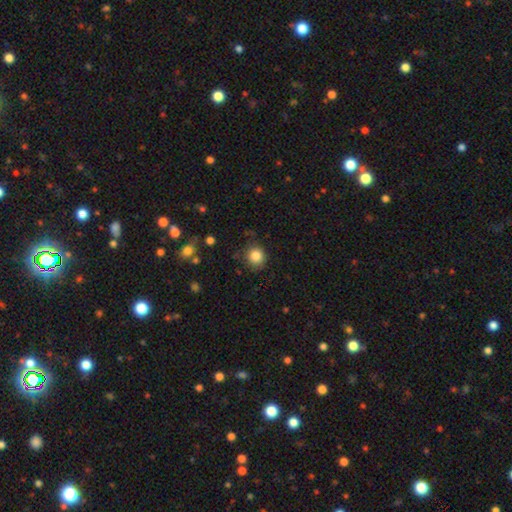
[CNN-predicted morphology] This appears to be a smooth galaxy with no disk features (84%) that is round (88%). Merging: none (82%).